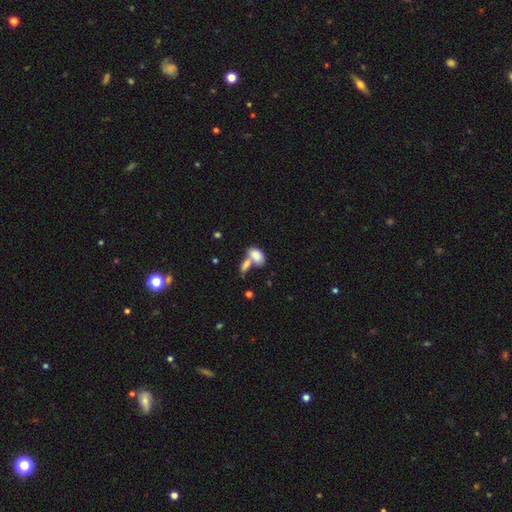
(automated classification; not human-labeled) Smooth or featured: smooth — 81% (featured or disk — 11%)
How rounded: in between — 92% (round — 6%)
Merging: merger — 61% (none — 25%)